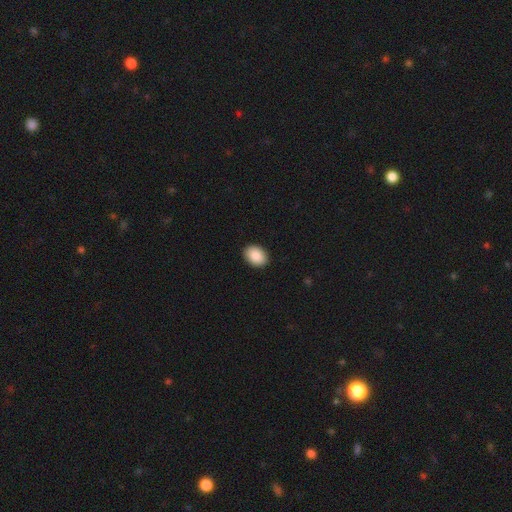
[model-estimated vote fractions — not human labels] Overall: smooth (89%). How rounded: in between (75%). Merging: none (91%).